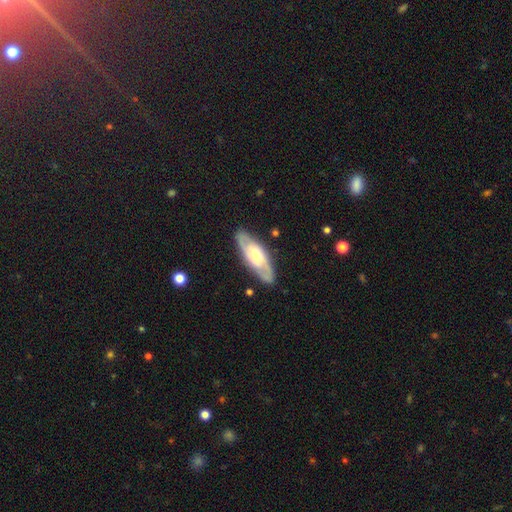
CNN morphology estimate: featured or disk 65%, smooth 30%, star or artifact 5%. Down the decision tree: edge-on disk — no (81%); bar — no (54%); spiral arms — yes (79%); bulge size — moderate (50%); merging — none (84%).